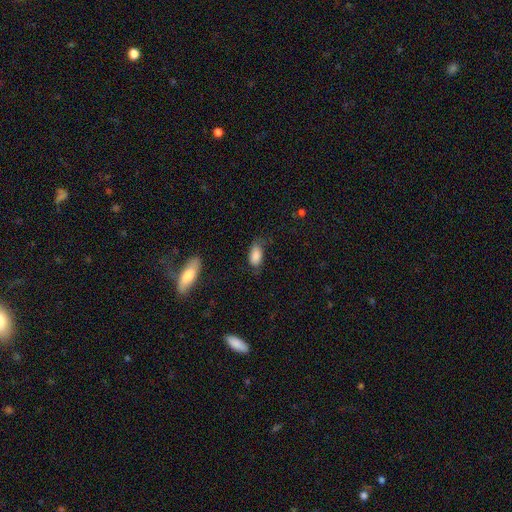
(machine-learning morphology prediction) This appears to be a smooth galaxy with no disk features (85%) that is in between round and cigar-shaped (91%). Merging: none (60%).